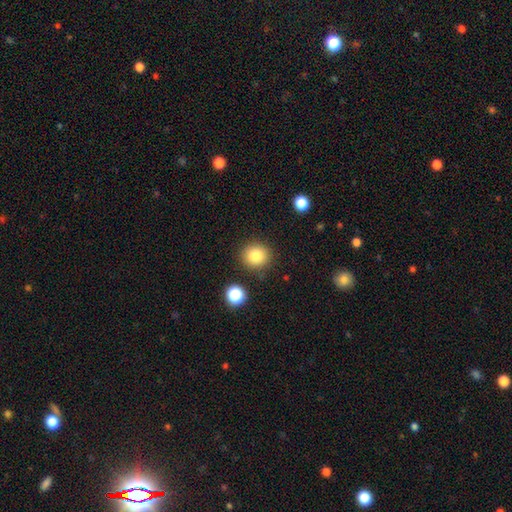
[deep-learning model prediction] Smooth or featured?
  - smooth: 84% *
  - star or artifact: 11%
  - featured or disk: 6%
How rounded?
  - round: 87% *
  - in between: 12%
  - cigar-shaped: 1%
Merging?
  - none: 86% *
  - minor disturbance: 8%
  - merger: 3%
  - major disturbance: 3%